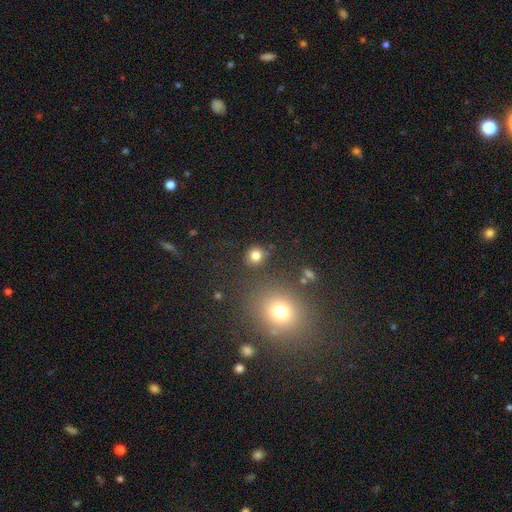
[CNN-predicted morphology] This is likely a smooth galaxy (79%). How rounded: clearly round (86%). Merging: clearly none (84%).